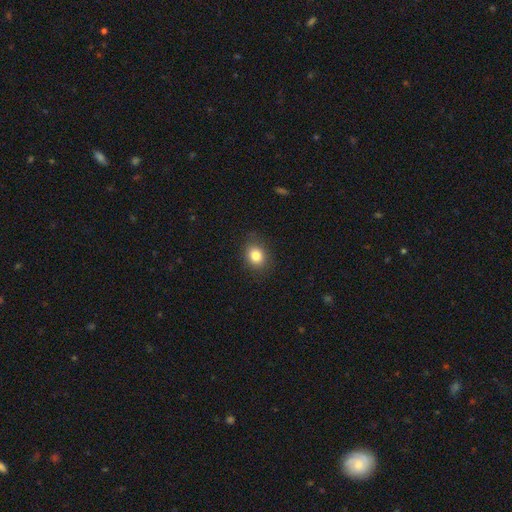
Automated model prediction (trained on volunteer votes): Smooth or featured? Predicted: smooth (p=0.83). How rounded? Predicted: round (p=0.58). Merging? Predicted: none (p=0.86).